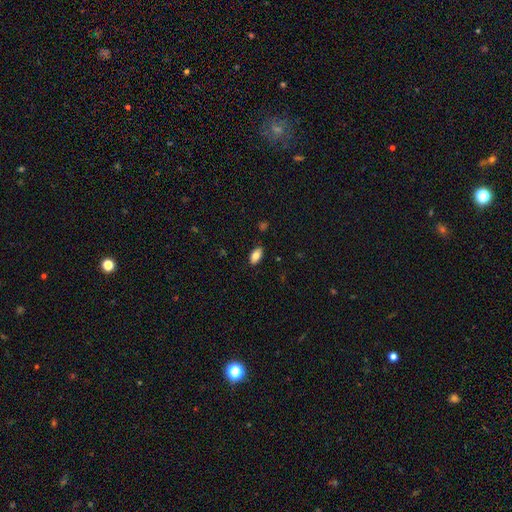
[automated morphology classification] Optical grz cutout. It shows a smooth galaxy with no disk features (80%) that is in between round and cigar-shaped (92%). Merging: none (86%).